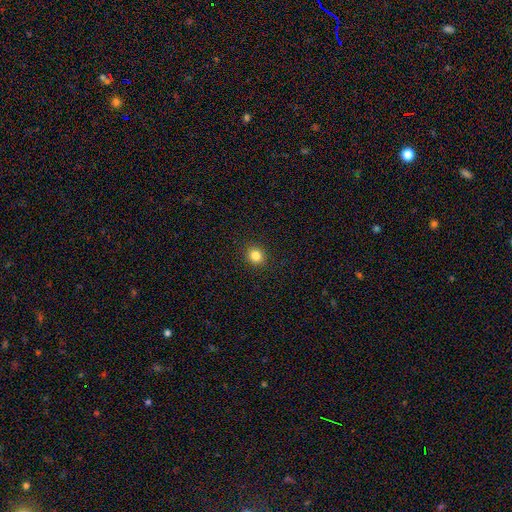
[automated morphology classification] smooth 84%, star or artifact 12%, featured or disk 5%. Down the decision tree: how rounded — round (84%); merging — none (92%).